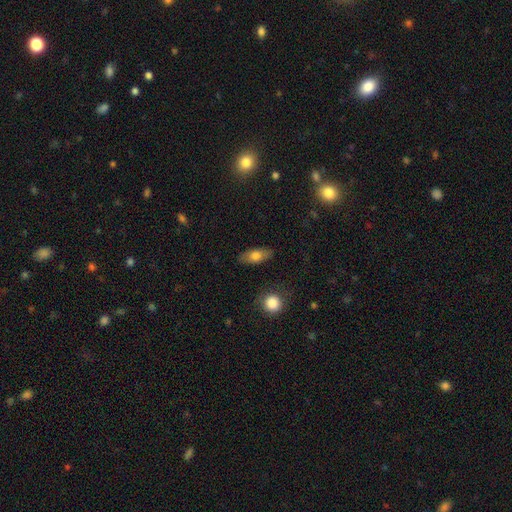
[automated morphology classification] A smooth galaxy with no disk features (70%) that is in between round and cigar-shaped (80%).

Vote fractions:
- Smooth or featured? smooth: 70% / featured or disk: 23% / star or artifact: 7%
- How rounded? in between: 80% / cigar-shaped: 15% / round: 6%
- Merging? none: 85% / minor disturbance: 10% / major disturbance: 3% / merger: 2%